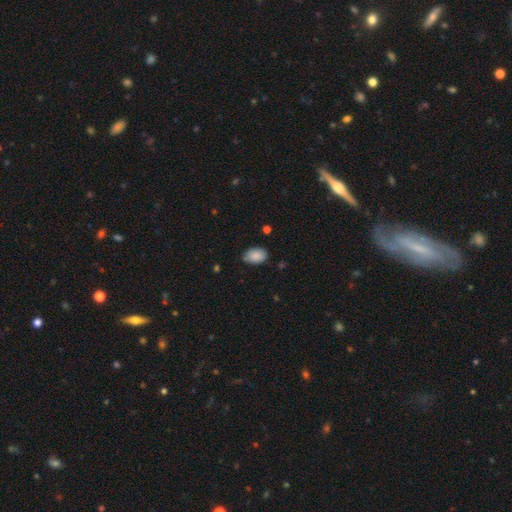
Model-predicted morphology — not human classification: smooth-or-featured: smooth: 88% | star or artifact: 7% | featured or disk: 5%
  how-rounded: in between: 88% | round: 11% | cigar-shaped: 1%
  merging: none: 78% | minor disturbance: 18% | major disturbance: 3% | merger: 1%